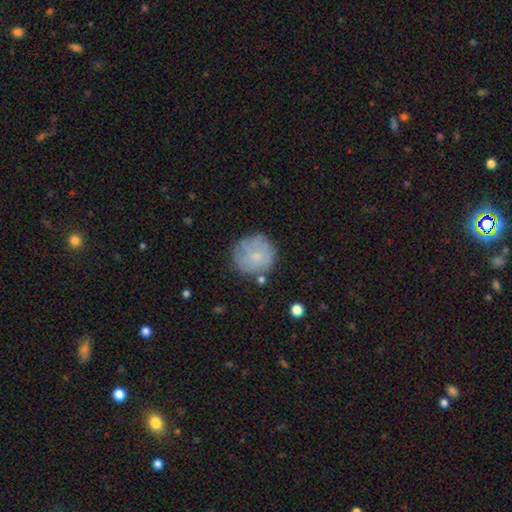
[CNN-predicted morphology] smooth-or-featured: smooth: 64% | featured or disk: 27% | star or artifact: 8%
  how-rounded: round: 93% | in between: 6% | cigar-shaped: 1%
  merging: none: 69% | minor disturbance: 20% | major disturbance: 7% | merger: 4%